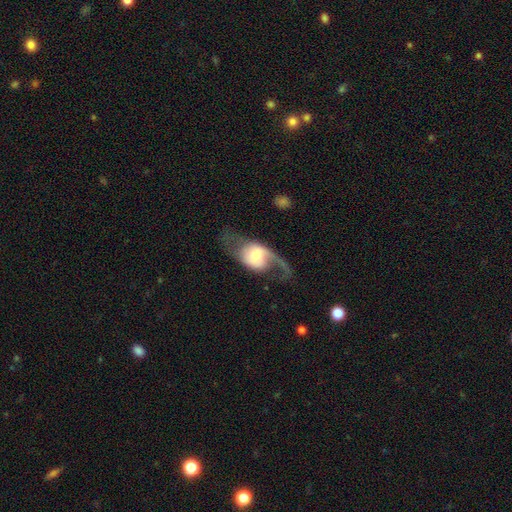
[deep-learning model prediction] Overall: featured or disk (68%). Edge-on disk: no (92%). Bar: no (61%; weak 29%). Spiral arms: yes (86%). Spiral arm count: 2 (70%). Spiral winding: loose (65%; medium 28%). Bulge size: moderate (32%, tied with large). Merging: none (46%; major disturbance 32%).